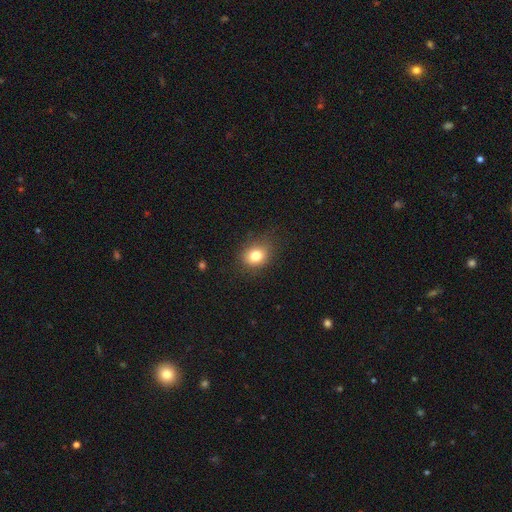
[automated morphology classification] The model was most divided on "how rounded": round: 56%, in between: 43%, cigar-shaped: 1%. More confident: merging — none (79%); smooth or featured — smooth (79%).